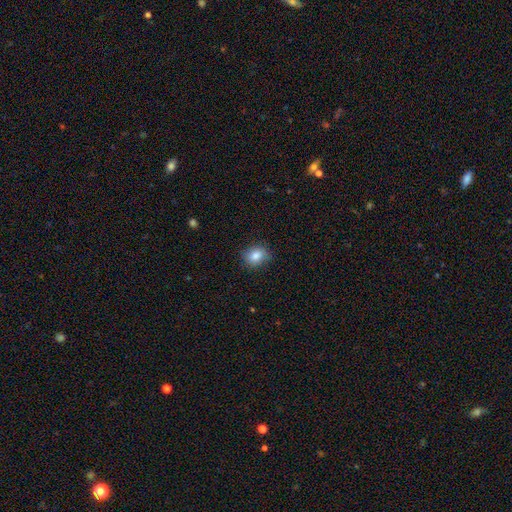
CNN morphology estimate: The model was most divided on "how rounded": round: 52%, in between: 47%, cigar-shaped: 1%. More confident: smooth or featured — smooth (84%); merging — none (83%).